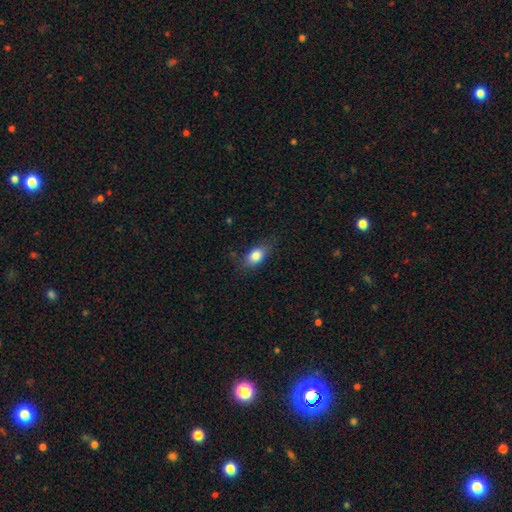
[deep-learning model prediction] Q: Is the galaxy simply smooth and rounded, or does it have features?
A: smooth — 83%.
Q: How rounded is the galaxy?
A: in between — 85%.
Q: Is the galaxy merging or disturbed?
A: none — 78%.